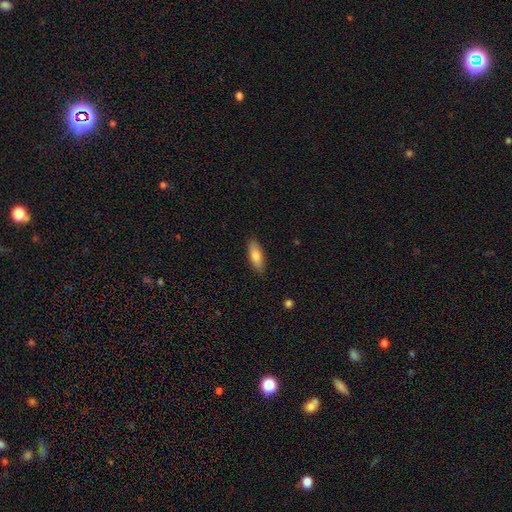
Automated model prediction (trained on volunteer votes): A smooth galaxy with no disk features (80%) that is in between round and cigar-shaped (67%). Merging: none (88%).